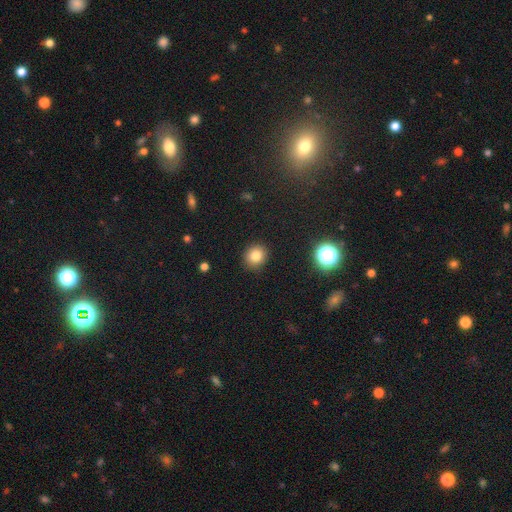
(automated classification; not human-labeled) Q: Smooth or featured?
A: smooth (80%); runner-up: star or artifact (13%)
Q: How rounded?
A: round (84%); runner-up: in between (15%)
Q: Merging?
A: none (90%); runner-up: minor disturbance (7%)